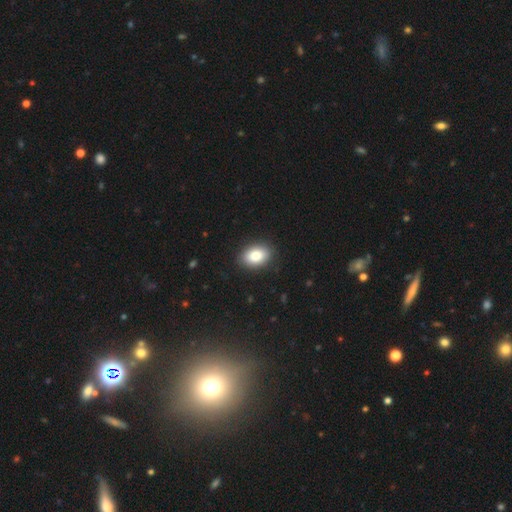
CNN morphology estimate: The model was most divided on "how rounded": in between: 82%, round: 17%, cigar-shaped: 1%. More confident: merging — none (88%); smooth or featured — smooth (83%).